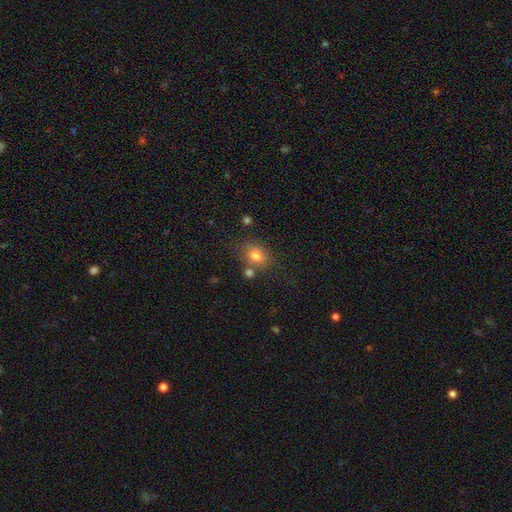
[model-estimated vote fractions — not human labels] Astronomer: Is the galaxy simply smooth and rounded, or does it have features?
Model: smooth — 77%.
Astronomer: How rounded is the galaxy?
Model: in between — 53% (runner-up: round, 46%).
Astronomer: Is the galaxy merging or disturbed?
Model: none — 65%.